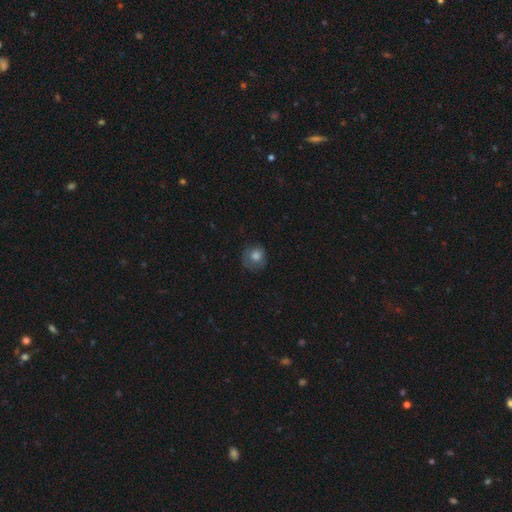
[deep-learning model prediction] Overall: smooth (74%). How rounded: round (81%). Merging: none (62%; minor disturbance 25%).